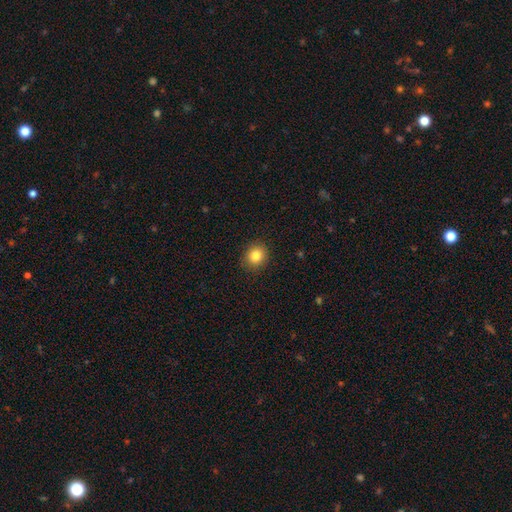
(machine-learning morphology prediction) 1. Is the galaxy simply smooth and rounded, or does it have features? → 83% smooth, 10% star or artifact, 6% featured or disk.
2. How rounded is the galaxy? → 81% round, 18% in between, 1% cigar-shaped.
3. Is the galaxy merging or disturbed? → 91% none, 6% minor disturbance, 2% major disturbance, 1% merger.